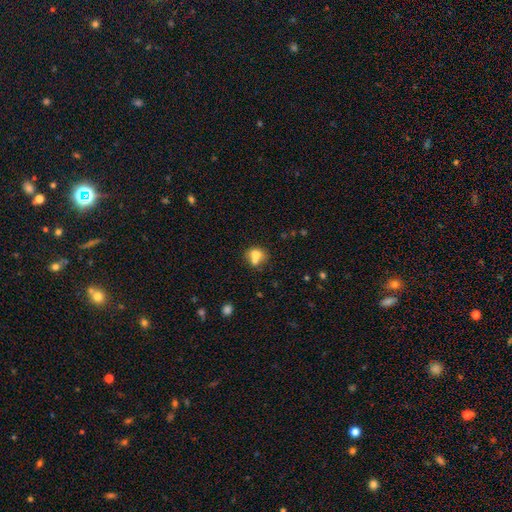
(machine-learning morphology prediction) Smooth or featured? smooth (70%)
How rounded? round (62%)
Merging? merger (53%)